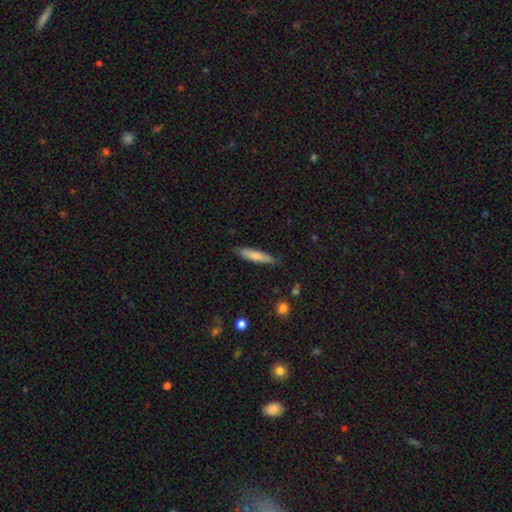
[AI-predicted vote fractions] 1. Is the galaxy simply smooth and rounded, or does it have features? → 77% smooth, 17% featured or disk, 6% star or artifact.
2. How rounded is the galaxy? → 88% cigar-shaped, 10% in between, 1% round.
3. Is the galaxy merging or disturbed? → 86% none, 11% minor disturbance, 2% major disturbance, 1% merger.